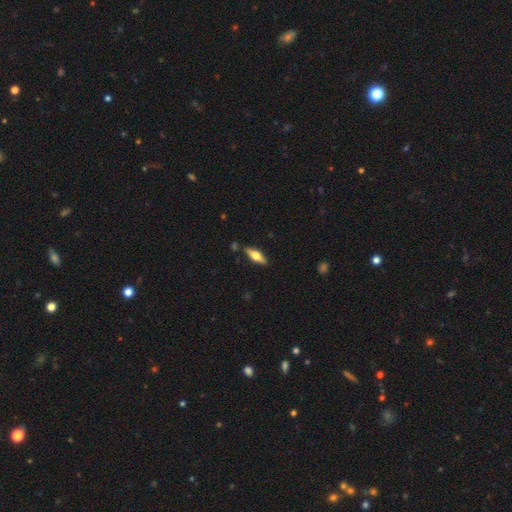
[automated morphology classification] Smooth or featured: smooth — 48% (featured or disk — 46%)
Merging: none — 85% (minor disturbance — 10%)